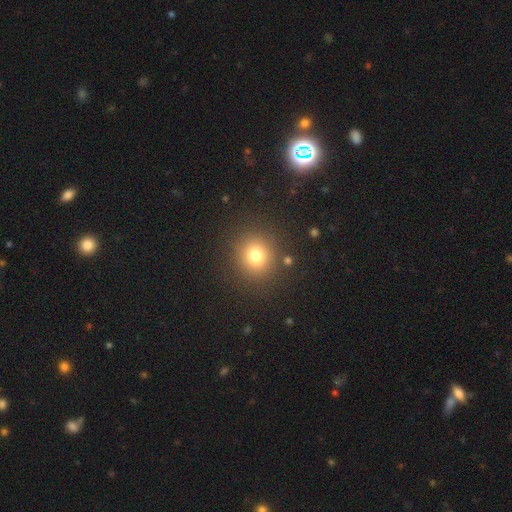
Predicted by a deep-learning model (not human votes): smooth_or_featured: smooth (p=0.76) [alt: star or artifact p=0.15]
how_rounded: round (p=0.89) [alt: in between p=0.10]
merging: none (p=0.87) [alt: minor disturbance p=0.07]